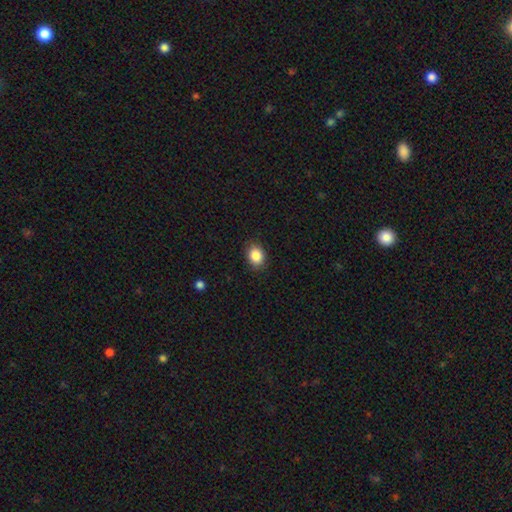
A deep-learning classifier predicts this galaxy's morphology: type=smooth (87%); roundness=in between (59%); merging=none (87%).